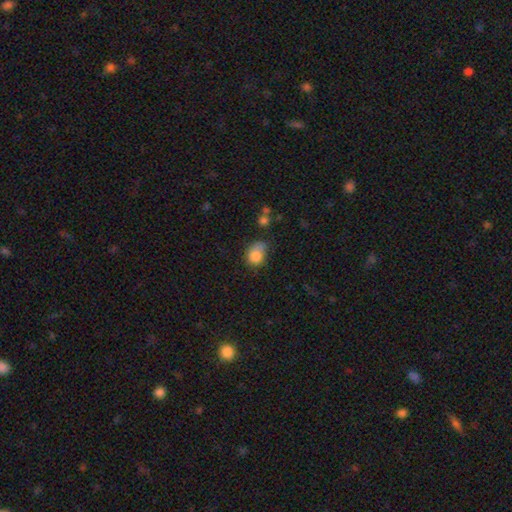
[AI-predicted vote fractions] Q: Smooth or featured?
A: smooth (81%); runner-up: star or artifact (10%)
Q: How rounded?
A: in between (53%); runner-up: round (46%)
Q: Merging?
A: none (39%); runner-up: minor disturbance (35%)